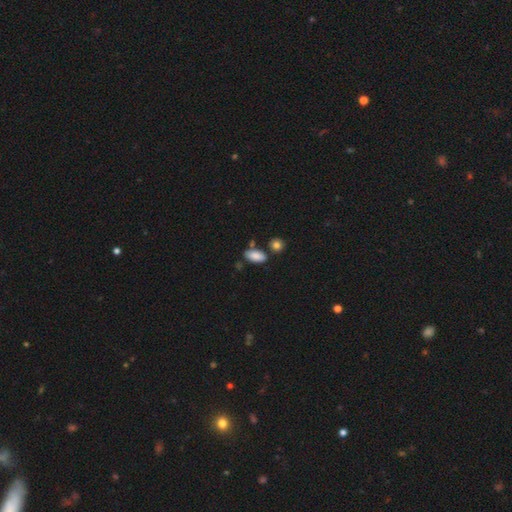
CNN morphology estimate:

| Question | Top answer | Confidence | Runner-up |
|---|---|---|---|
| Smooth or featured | smooth | 86% | star or artifact (8%) |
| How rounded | in between | 89% | cigar-shaped (6%) |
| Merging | none | 70% | minor disturbance (16%) |